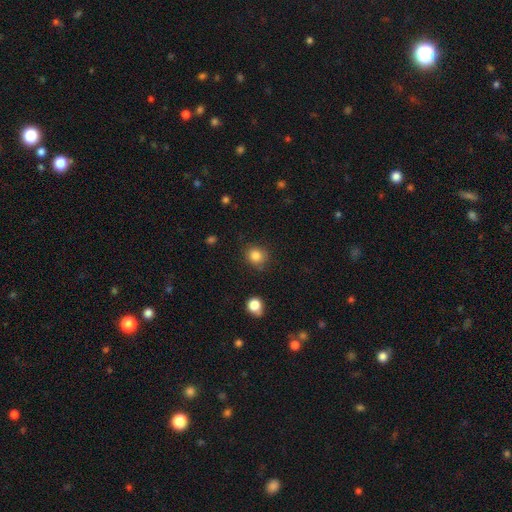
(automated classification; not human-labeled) Overall: smooth (84%). How rounded: round (85%). Merging: none (83%).